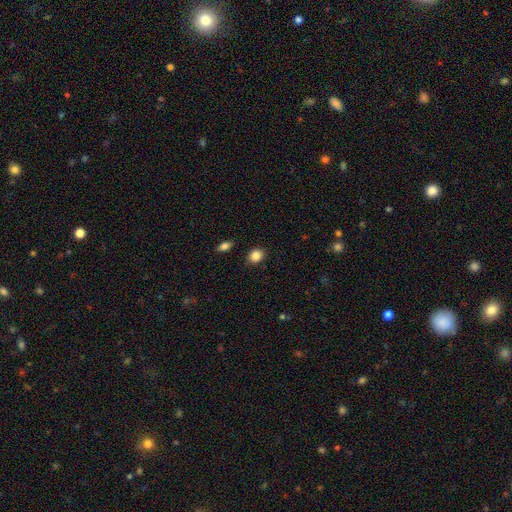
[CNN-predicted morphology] This appears to be a smooth galaxy with no disk features (86%) that is round (60%). Merging: none (89%).